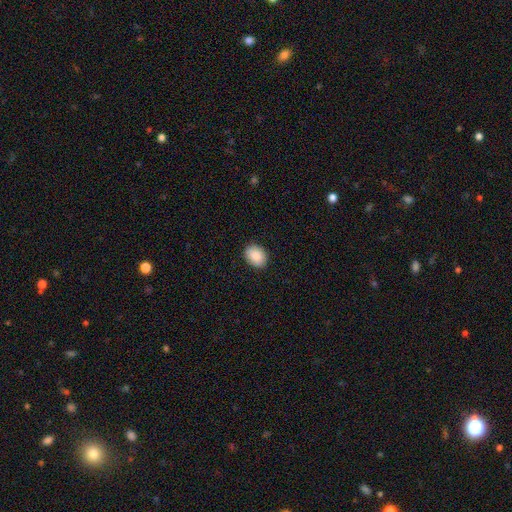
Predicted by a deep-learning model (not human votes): smooth-or-featured: smooth: 88% | star or artifact: 7% | featured or disk: 5%
  how-rounded: in between: 70% | round: 29% | cigar-shaped: 1%
  merging: none: 90% | minor disturbance: 8% | major disturbance: 2% | merger: 1%